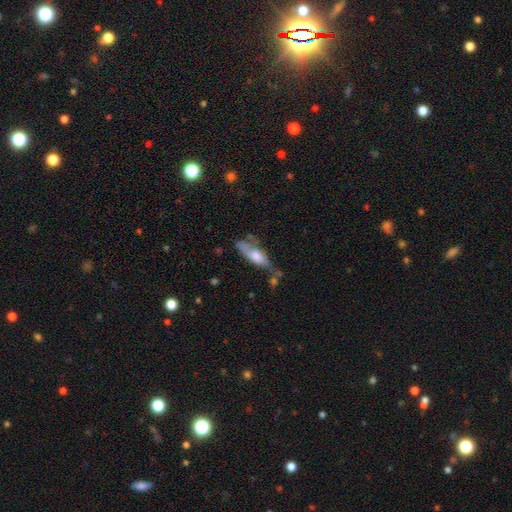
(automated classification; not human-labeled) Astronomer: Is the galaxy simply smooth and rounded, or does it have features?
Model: smooth — 54% (runner-up: featured or disk, 39%).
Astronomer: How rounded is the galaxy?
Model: in between — 57% (runner-up: cigar-shaped, 40%).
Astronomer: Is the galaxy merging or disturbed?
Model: none — 40% (runner-up: minor disturbance, 30%).